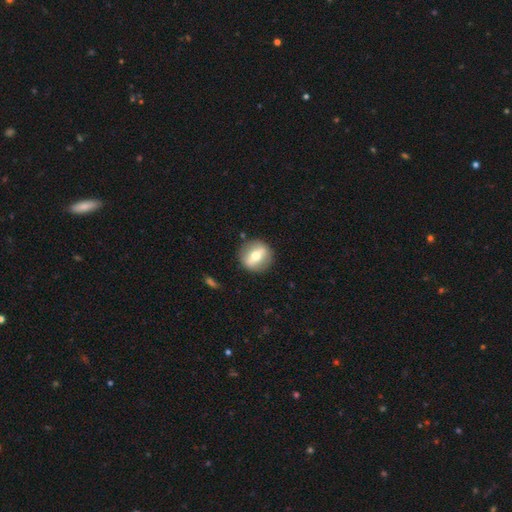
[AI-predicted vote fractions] smooth-or-featured: featured or disk: 49% | smooth: 44% | star or artifact: 7%
  merging: none: 88% | minor disturbance: 8% | major disturbance: 3% | merger: 1%